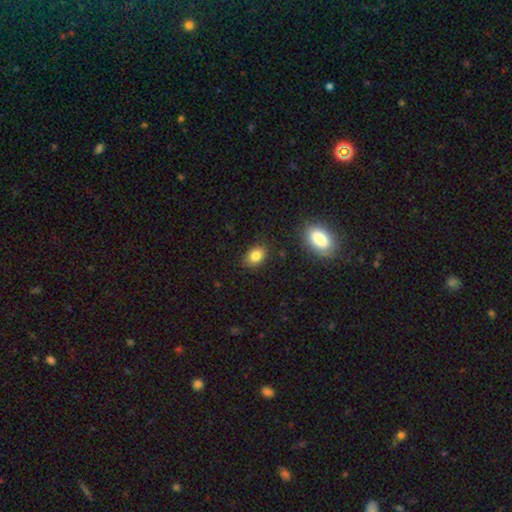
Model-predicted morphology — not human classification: smooth_or_featured: smooth (p=0.84) [alt: star or artifact p=0.10]
how_rounded: in between (p=0.74) [alt: round p=0.25]
merging: none (p=0.80) [alt: minor disturbance p=0.15]